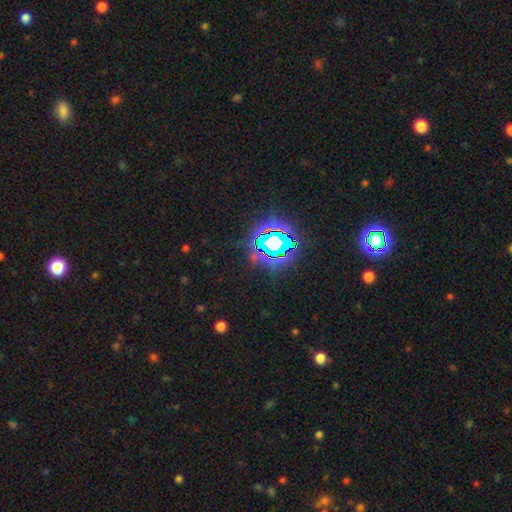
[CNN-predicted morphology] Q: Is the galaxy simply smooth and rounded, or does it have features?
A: star or artifact — 74%.